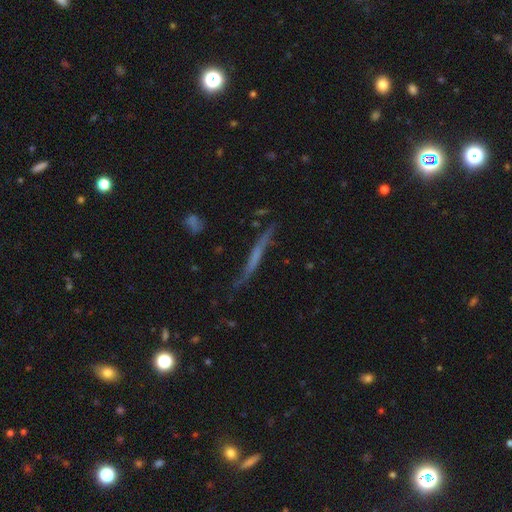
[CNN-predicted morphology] The model was most divided on "smooth or featured": featured or disk: 53%, smooth: 37%, star or artifact: 10%. More confident: edge-on disk — yes (87%); merging — none (70%).